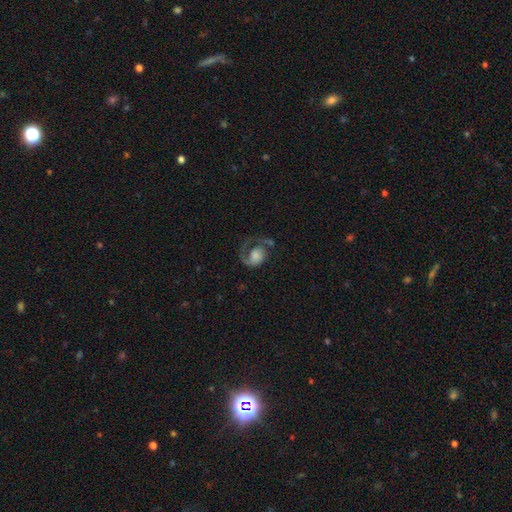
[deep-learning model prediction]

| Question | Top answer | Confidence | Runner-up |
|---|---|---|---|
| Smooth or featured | featured or disk | 70% | smooth (23%) |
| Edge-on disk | no | 98% | yes (2%) |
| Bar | no | 76% | weak (20%) |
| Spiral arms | yes | 90% | no (10%) |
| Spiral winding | medium | 37% | loose (32%) |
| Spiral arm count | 1 | 82% | 2 (10%) |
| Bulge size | large | 31% | moderate (27%) |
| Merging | major disturbance | 41% | none (37%) |